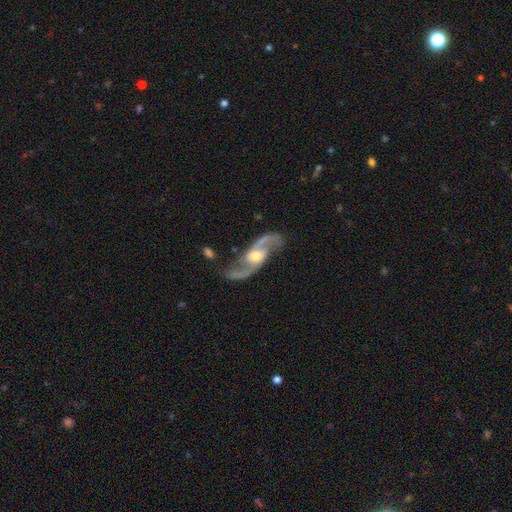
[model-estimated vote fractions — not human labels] Smooth or featured? featured or disk (92%)
Edge-on disk? no (96%)
Bar? no (44%)
Spiral arms? yes (97%)
Spiral winding? loose (51%)
Spiral arm count? 2 (94%)
Bulge size? moderate (66%)
Merging? none (79%)